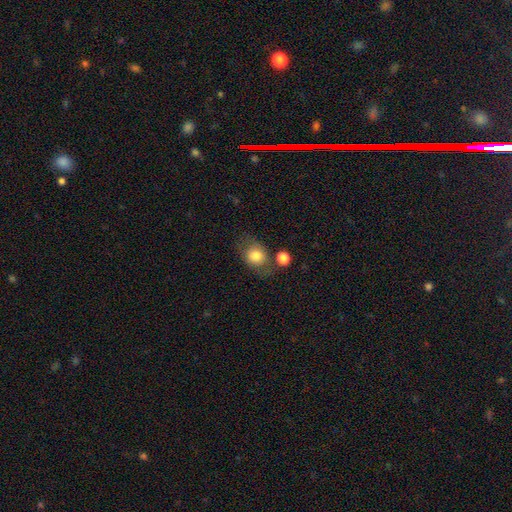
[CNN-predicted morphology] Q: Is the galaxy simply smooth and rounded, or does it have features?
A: smooth — 76%.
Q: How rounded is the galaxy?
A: round — 51%.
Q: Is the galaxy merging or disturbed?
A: none — 60%.